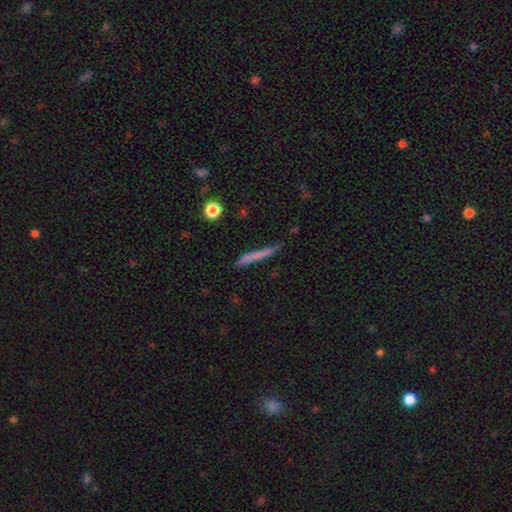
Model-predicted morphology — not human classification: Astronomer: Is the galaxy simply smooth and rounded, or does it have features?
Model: smooth — 68%.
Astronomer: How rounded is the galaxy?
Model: cigar-shaped — 95%.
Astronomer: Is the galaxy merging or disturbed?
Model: none — 80%.